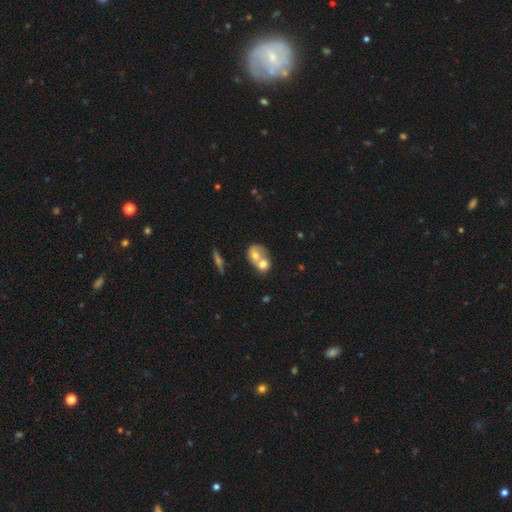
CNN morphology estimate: smooth 61%, featured or disk 29%, star or artifact 10%. Down the decision tree: how rounded — round (53%); merging — merger (70%).